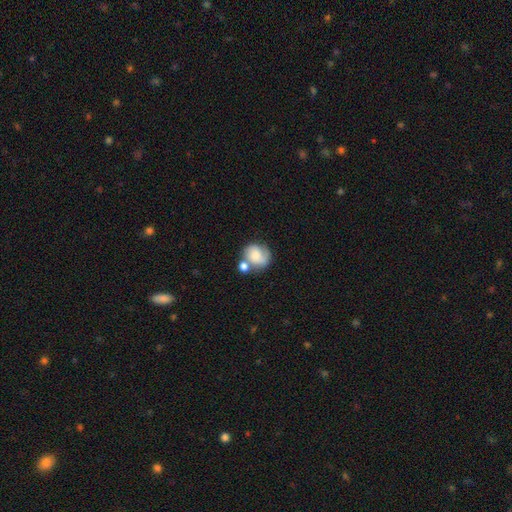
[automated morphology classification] type=smooth (61%); roundness=round (71%); merging=none (40%).